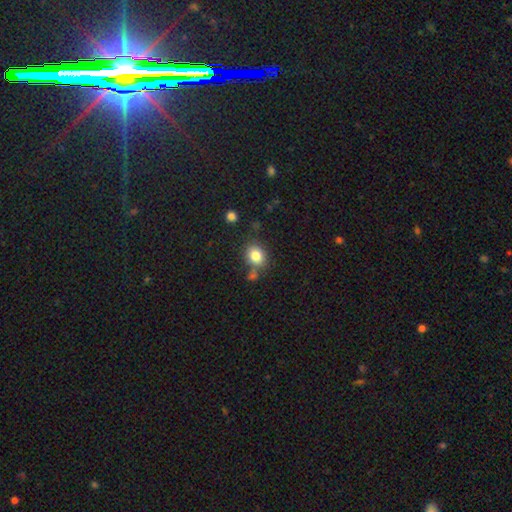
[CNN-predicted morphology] type=smooth (81%); roundness=round (56%); merging=none (70%).